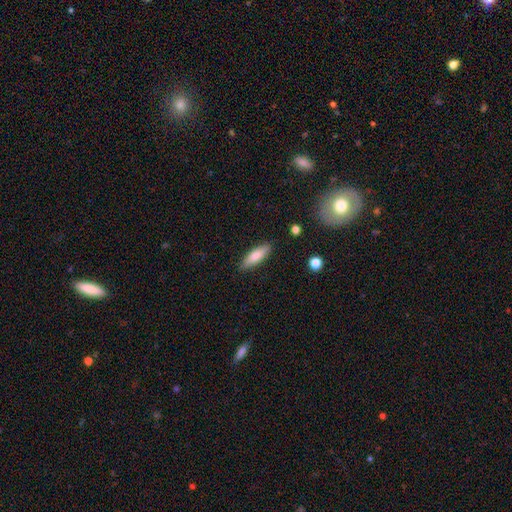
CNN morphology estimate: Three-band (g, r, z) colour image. It shows a smooth galaxy with no disk features (77%) that is cigar-shaped (56%). Merging: none (87%).